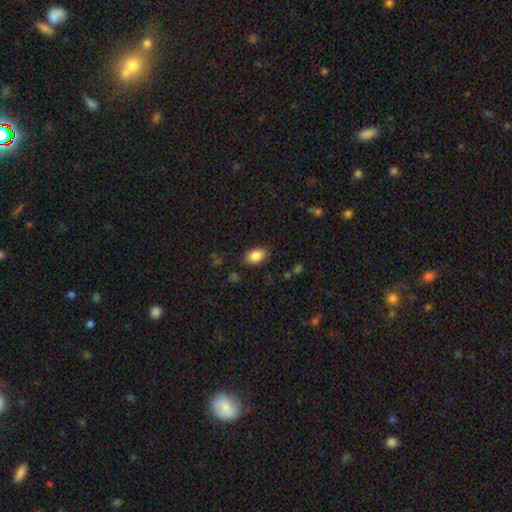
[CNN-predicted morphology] smooth-or-featured: smooth: 86% | star or artifact: 8% | featured or disk: 6%
  how-rounded: in between: 89% | round: 9% | cigar-shaped: 2%
  merging: none: 85% | minor disturbance: 11% | major disturbance: 3% | merger: 1%